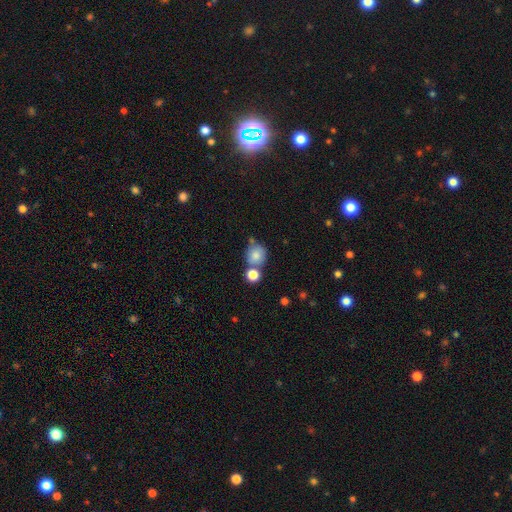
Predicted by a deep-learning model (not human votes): smooth_or_featured: smooth (p=0.80) [alt: star or artifact p=0.10]
how_rounded: round (p=0.79) [alt: in between p=0.20]
merging: none (p=0.53) [alt: merger p=0.29]